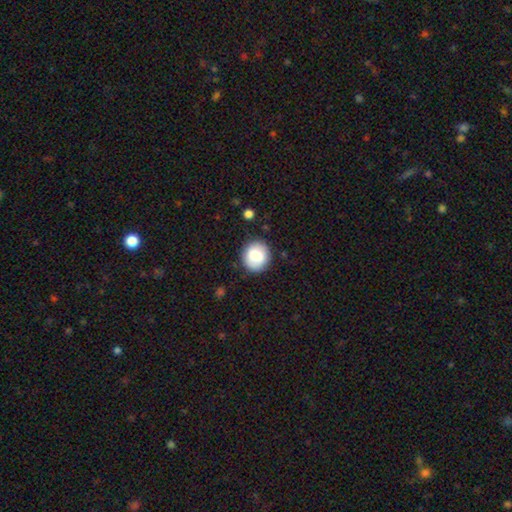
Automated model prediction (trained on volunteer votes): Morphology: type=smooth (76%); roundness=round (81%); merging=none (85%).